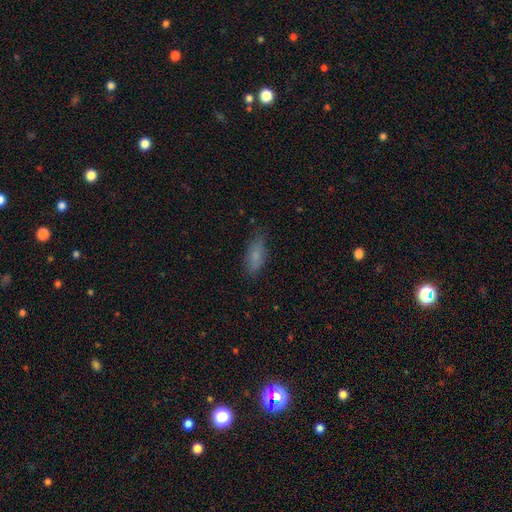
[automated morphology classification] type=smooth (77%); roundness=in between (68%); merging=none (76%).